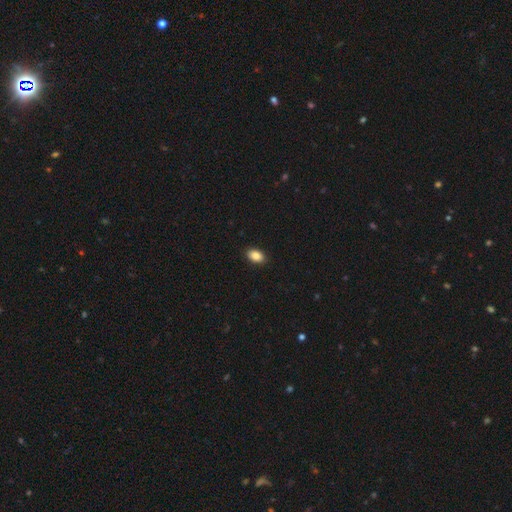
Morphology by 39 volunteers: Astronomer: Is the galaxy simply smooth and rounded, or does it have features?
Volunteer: smooth — 95%.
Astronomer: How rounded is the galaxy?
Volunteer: in between — 84%.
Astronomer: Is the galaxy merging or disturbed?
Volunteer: none — 89%.